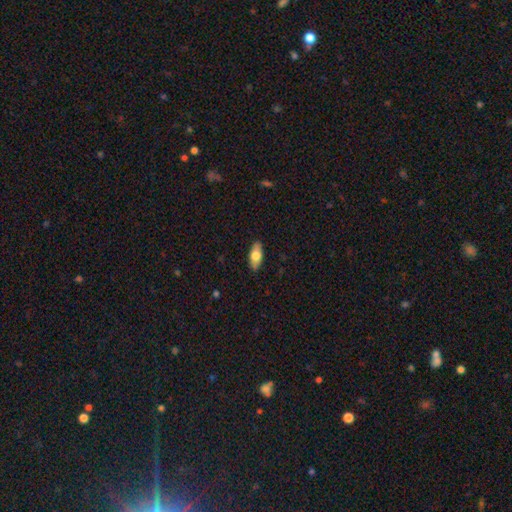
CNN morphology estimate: Smooth or featured?
  - smooth: 73% *
  - featured or disk: 21%
  - star or artifact: 6%
How rounded?
  - in between: 84% *
  - cigar-shaped: 14%
  - round: 2%
Merging?
  - none: 89% *
  - minor disturbance: 9%
  - major disturbance: 2%
  - merger: 1%